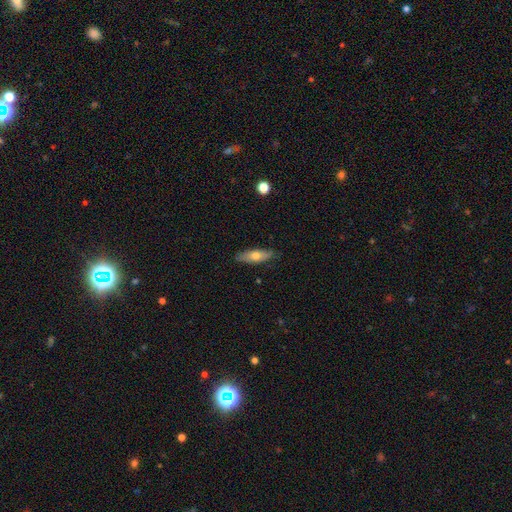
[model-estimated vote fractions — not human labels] A smooth galaxy with no disk features (63%) that is in between round and cigar-shaped (50%). Merging: none (84%).